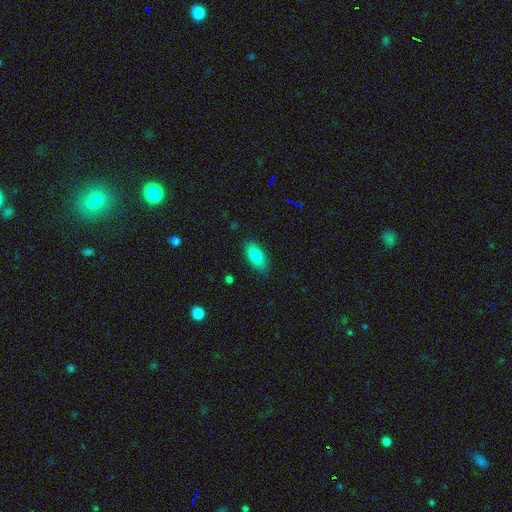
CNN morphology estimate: Smooth or featured?
  - smooth: 81% *
  - featured or disk: 11%
  - star or artifact: 8%
How rounded?
  - in between: 89% *
  - cigar-shaped: 8%
  - round: 4%
Merging?
  - none: 85% *
  - minor disturbance: 11%
  - major disturbance: 2%
  - merger: 1%